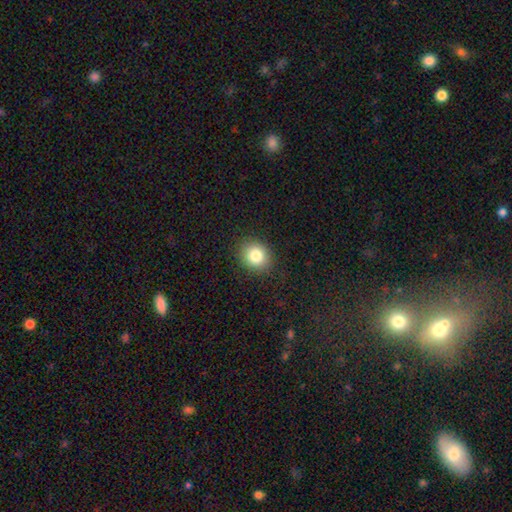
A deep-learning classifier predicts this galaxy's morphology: Smooth or featured: smooth — 83% (star or artifact — 10%)
How rounded: round — 72% (in between — 27%)
Merging: none — 89% (minor disturbance — 7%)